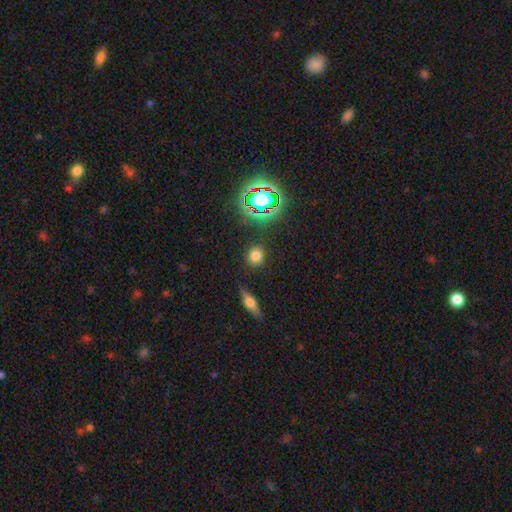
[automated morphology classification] This appears to be a smooth galaxy with no disk features (75%) that is round (83%). Merging: none (87%).